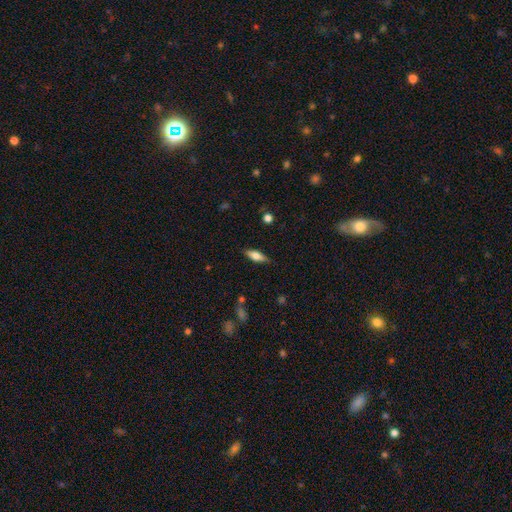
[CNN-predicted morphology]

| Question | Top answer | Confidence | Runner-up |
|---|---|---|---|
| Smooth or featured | smooth | 57% | featured or disk (36%) |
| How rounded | in between | 60% | cigar-shaped (37%) |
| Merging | none | 84% | minor disturbance (12%) |